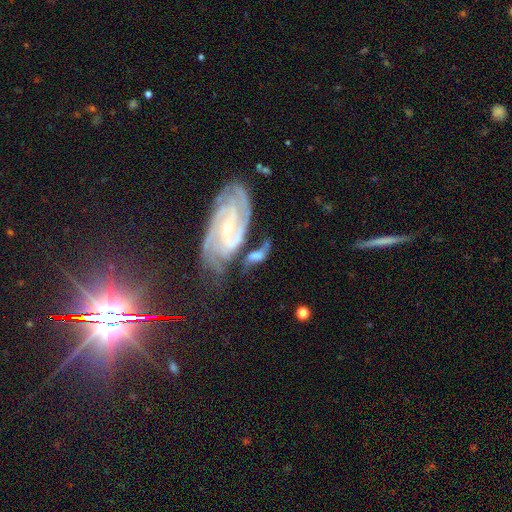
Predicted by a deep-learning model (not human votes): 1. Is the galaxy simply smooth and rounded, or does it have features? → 74% featured or disk, 18% smooth, 7% star or artifact.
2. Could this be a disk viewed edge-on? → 92% no, 8% yes.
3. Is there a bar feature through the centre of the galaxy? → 43% no, 38% weak, 19% strong.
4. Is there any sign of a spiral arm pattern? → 90% yes, 10% no.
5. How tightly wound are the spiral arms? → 40% medium, 39% tight, 21% loose.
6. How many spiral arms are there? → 42% 2, 24% can't tell, 17% 3, 7% 4, 5% 1, 5% more than 4.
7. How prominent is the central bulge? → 61% small, 30% moderate, 4% large, 3% none, 2% dominant.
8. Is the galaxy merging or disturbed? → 38% none, 26% merger, 19% minor disturbance, 17% major disturbance.